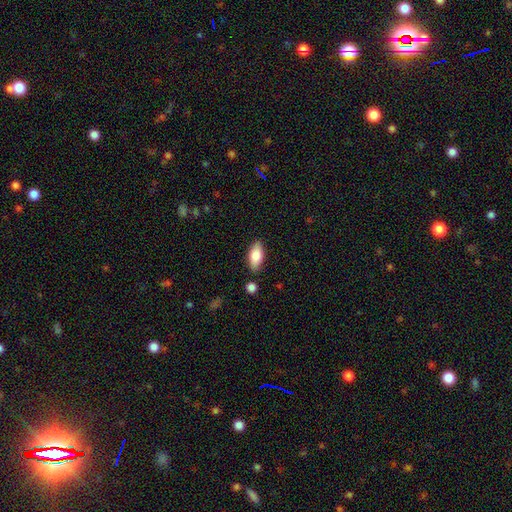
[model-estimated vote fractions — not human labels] A smooth galaxy with no disk features (78%) that is in between round and cigar-shaped (87%).

Vote fractions:
- Smooth or featured? smooth: 78% / featured or disk: 15% / star or artifact: 7%
- How rounded? in between: 87% / cigar-shaped: 10% / round: 3%
- Merging? none: 83% / minor disturbance: 11% / merger: 3% / major disturbance: 3%